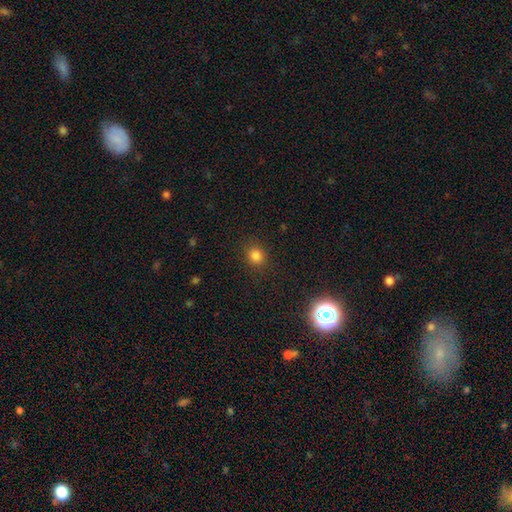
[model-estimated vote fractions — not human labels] This is clearly a smooth galaxy (81%). How rounded: clearly round (80%). Merging: clearly none (88%).